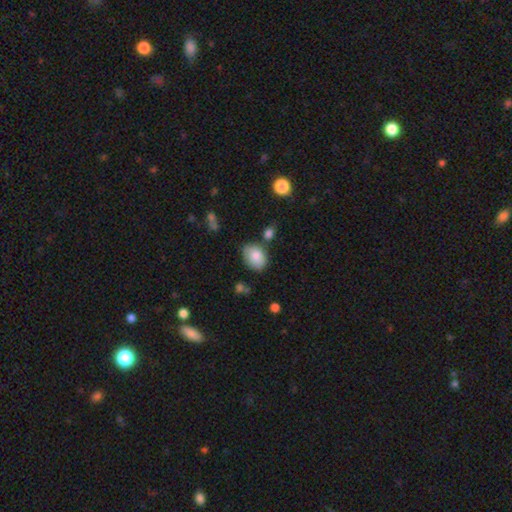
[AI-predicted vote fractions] Smooth or featured? Predicted: smooth (p=0.82). How rounded? Predicted: in between (p=0.71). Merging? Predicted: none (p=0.69).